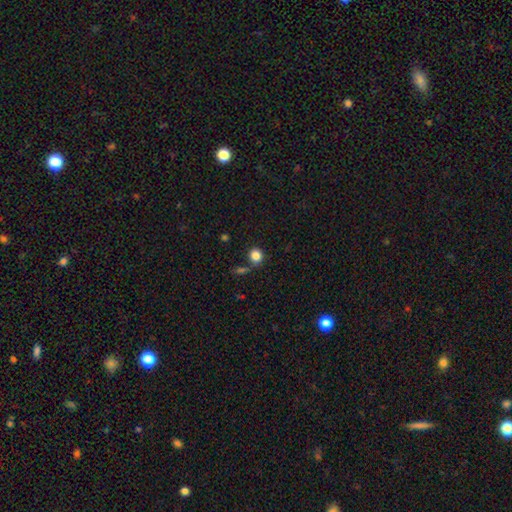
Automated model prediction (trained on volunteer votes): The model was most divided on "merging": none: 72%, minor disturbance: 12%, merger: 11%, major disturbance: 4%. More confident: smooth or featured — smooth (84%); how rounded — round (84%).